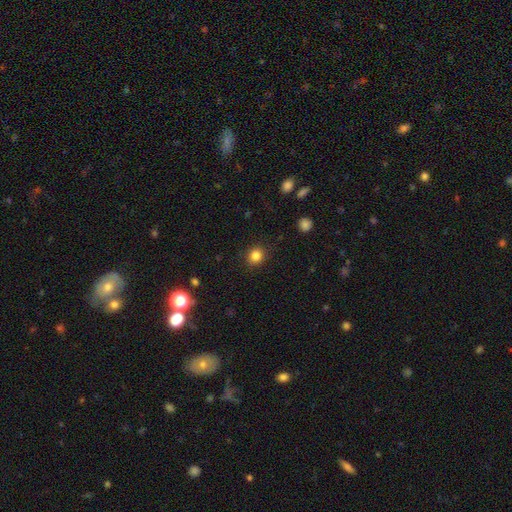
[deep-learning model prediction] Q: Smooth or featured?
A: smooth (84%); runner-up: star or artifact (12%)
Q: How rounded?
A: round (82%); runner-up: in between (17%)
Q: Merging?
A: none (88%); runner-up: minor disturbance (8%)